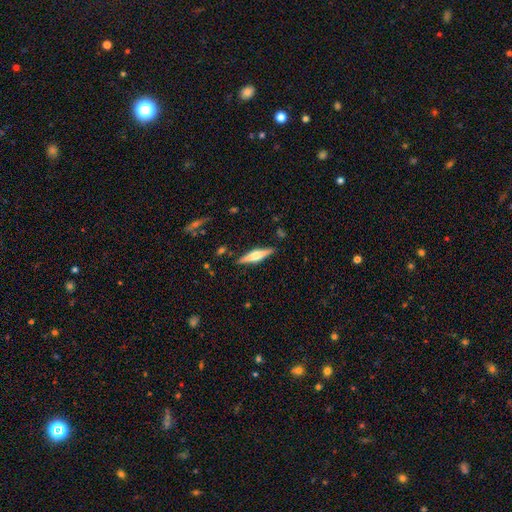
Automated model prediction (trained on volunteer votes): A featured or disk galaxy (63%) viewed edge-on (97%) with a rounded central bulge (85%). Merging: none (89%).